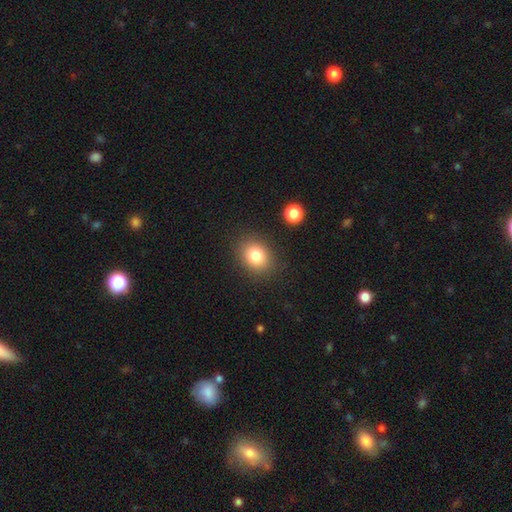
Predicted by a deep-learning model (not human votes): smooth-or-featured: smooth: 81% | star or artifact: 11% | featured or disk: 8%
  how-rounded: round: 54% | in between: 45% | cigar-shaped: 1%
  merging: none: 86% | minor disturbance: 9% | major disturbance: 3% | merger: 2%